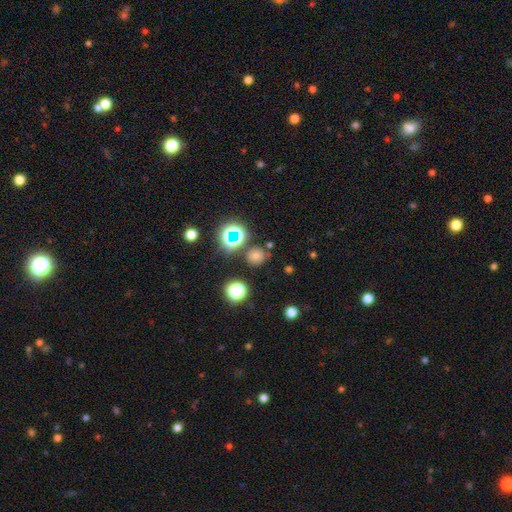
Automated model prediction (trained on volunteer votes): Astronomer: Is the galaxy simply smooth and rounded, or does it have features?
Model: smooth — 62%.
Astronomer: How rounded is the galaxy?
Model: round — 83%.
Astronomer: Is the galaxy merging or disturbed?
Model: none — 79%.